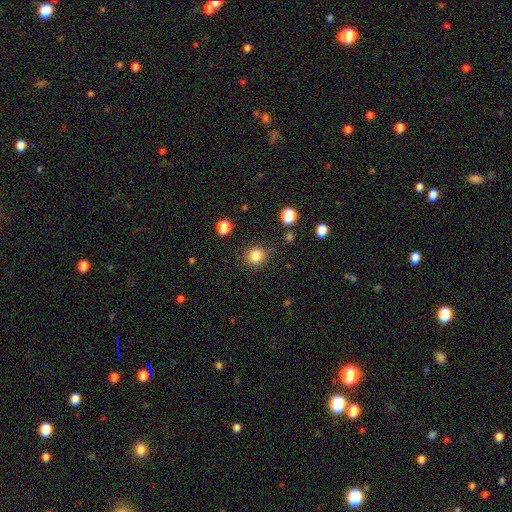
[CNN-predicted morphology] smooth_or_featured: smooth (p=0.84) [alt: star or artifact p=0.11]
how_rounded: round (p=0.87) [alt: in between p=0.12]
merging: none (p=0.84) [alt: minor disturbance p=0.11]